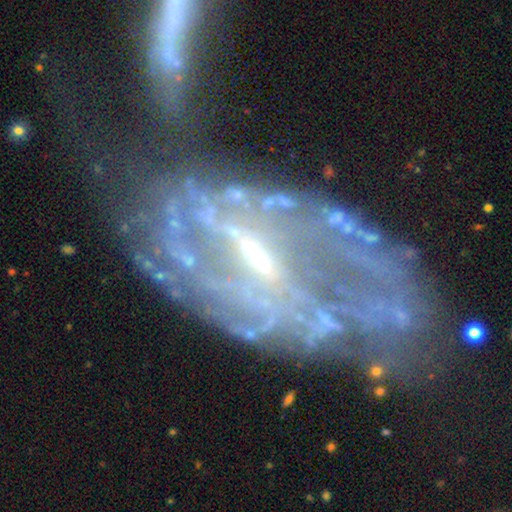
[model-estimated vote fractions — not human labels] A featured or disk galaxy (85%) with a weak bar (41%), 2 (43%) tight (49%) spiral arms (88%) and a small central bulge (63%).

Vote fractions:
- Smooth or featured? featured or disk: 85% / star or artifact: 8% / smooth: 7%
- Edge-on disk? no: 92% / yes: 8%
- Bar? weak: 41% / strong: 36% / no: 23%
- Spiral arms? yes: 88% / no: 12%
- Spiral winding? tight: 49% / medium: 37% / loose: 13%
- Spiral arm count? 2: 43% / can't tell: 36% / 3: 8% / 1: 5% / 4: 4% / more than 4: 4%
- Bulge size? small: 63% / moderate: 28% / none: 5% / large: 2% / dominant: 1%
- Merging? merger: 40% / none: 29% / major disturbance: 16% / minor disturbance: 15%